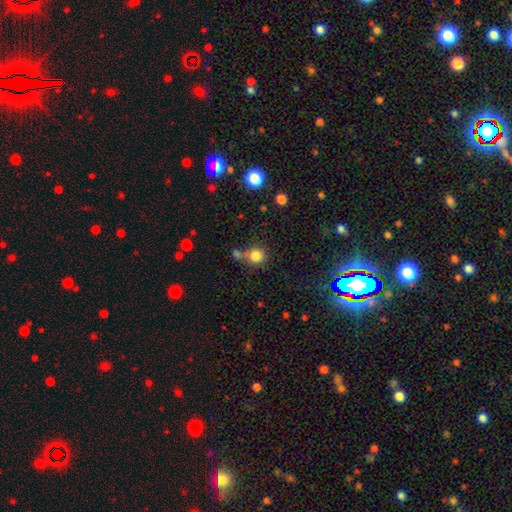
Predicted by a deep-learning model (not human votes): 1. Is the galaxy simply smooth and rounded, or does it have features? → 82% smooth, 12% star or artifact, 6% featured or disk.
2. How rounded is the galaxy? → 91% round, 8% in between, 1% cigar-shaped.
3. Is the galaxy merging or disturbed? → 63% none, 21% merger, 11% minor disturbance, 4% major disturbance.